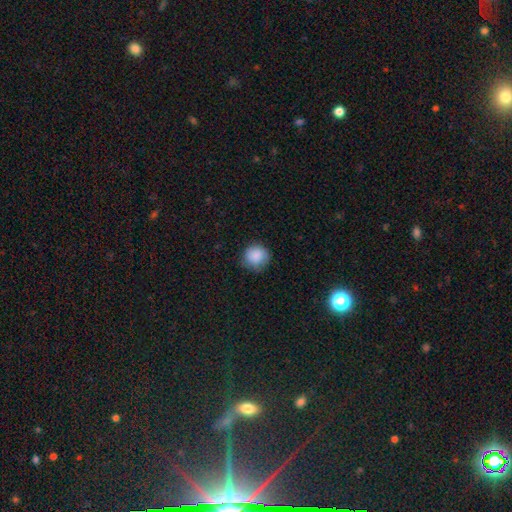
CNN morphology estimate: Smooth or featured? smooth (87%)
How rounded? round (91%)
Merging? none (78%)